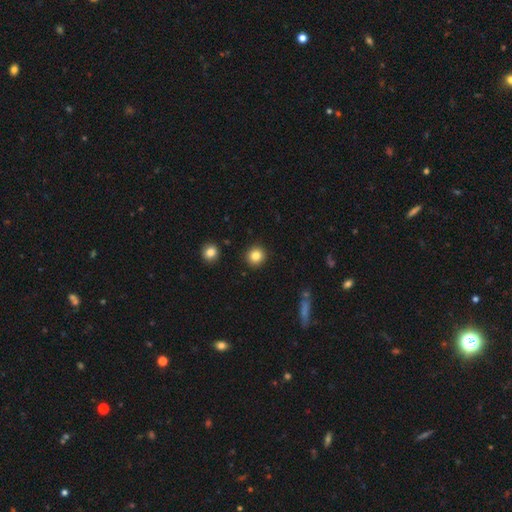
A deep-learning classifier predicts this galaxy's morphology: Smooth or featured: smooth — 84% (star or artifact — 11%)
How rounded: round — 92% (in between — 7%)
Merging: none — 91% (minor disturbance — 5%)